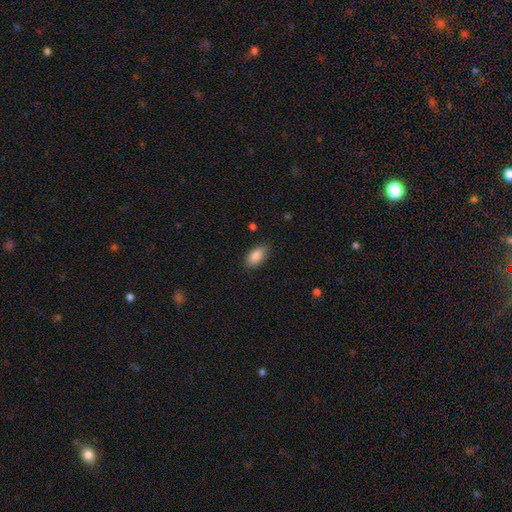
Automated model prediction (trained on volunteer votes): smooth 87%, star or artifact 7%, featured or disk 6%. Down the decision tree: how rounded — in between (92%); merging — none (85%).